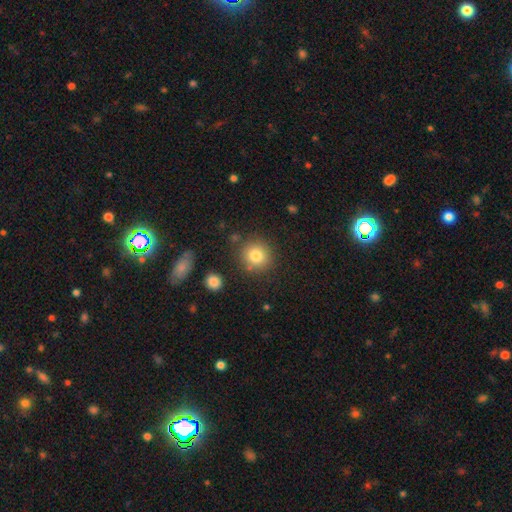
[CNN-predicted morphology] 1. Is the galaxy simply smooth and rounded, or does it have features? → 81% smooth, 11% star or artifact, 8% featured or disk.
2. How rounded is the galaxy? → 91% round, 8% in between, 1% cigar-shaped.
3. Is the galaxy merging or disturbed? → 83% none, 9% minor disturbance, 5% merger, 3% major disturbance.